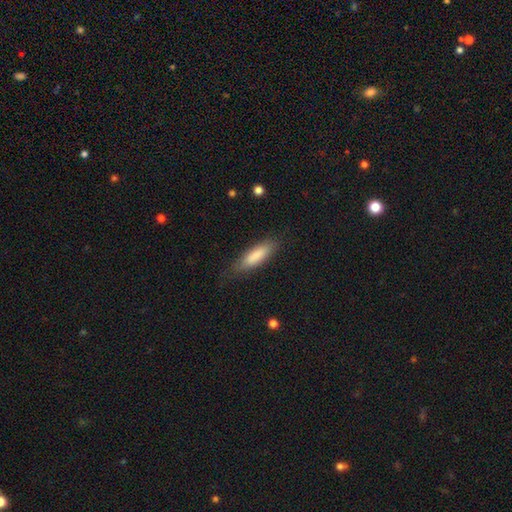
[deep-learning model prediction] Smooth or featured? Predicted: smooth (p=0.84). How rounded? Predicted: cigar-shaped (p=0.55). Merging? Predicted: none (p=0.80).